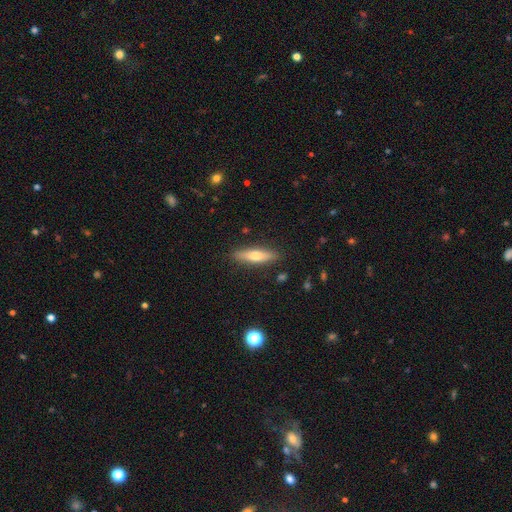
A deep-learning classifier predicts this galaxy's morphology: smooth-or-featured: smooth: 56% | featured or disk: 37% | star or artifact: 6%
  how-rounded: cigar-shaped: 72% | in between: 25% | round: 2%
  merging: none: 89% | minor disturbance: 8% | major disturbance: 2% | merger: 1%